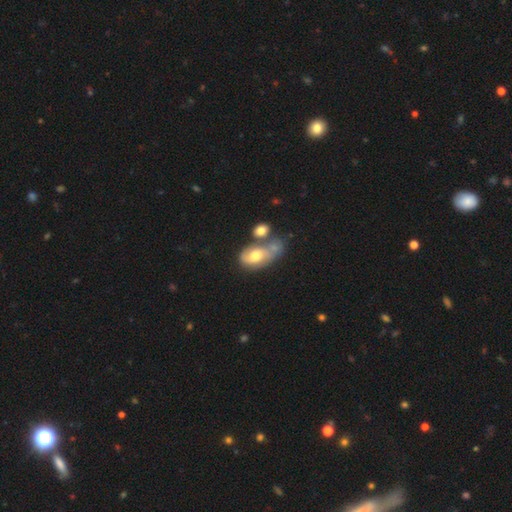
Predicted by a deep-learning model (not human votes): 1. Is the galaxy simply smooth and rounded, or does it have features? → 54% smooth, 38% featured or disk, 8% star or artifact.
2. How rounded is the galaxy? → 84% in between, 13% round, 3% cigar-shaped.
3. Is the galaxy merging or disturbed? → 47% merger, 24% none, 16% minor disturbance, 13% major disturbance.